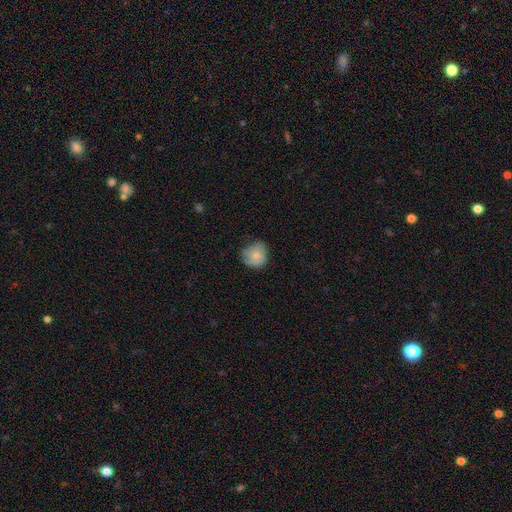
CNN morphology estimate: Q: Smooth or featured?
A: smooth (73%); runner-up: featured or disk (19%)
Q: How rounded?
A: round (80%); runner-up: in between (19%)
Q: Merging?
A: none (57%); runner-up: minor disturbance (32%)